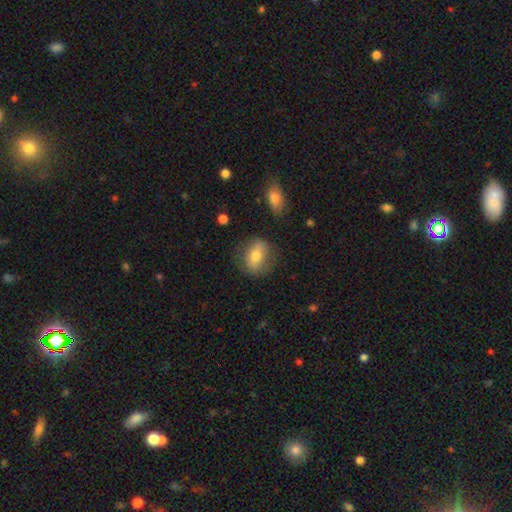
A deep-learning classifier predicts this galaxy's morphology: smooth-or-featured: smooth: 65% | featured or disk: 27% | star or artifact: 8%
  how-rounded: in between: 58% | round: 39% | cigar-shaped: 3%
  merging: none: 77% | minor disturbance: 16% | major disturbance: 5% | merger: 2%